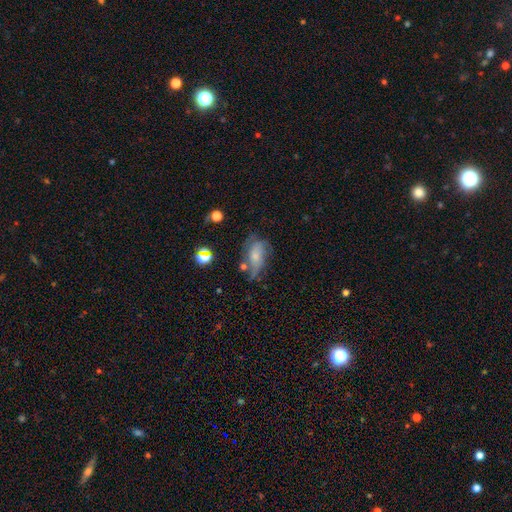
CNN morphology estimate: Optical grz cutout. It shows a smooth galaxy with no disk features (51%) that is in between round and cigar-shaped (85%). Merging: none (39%).